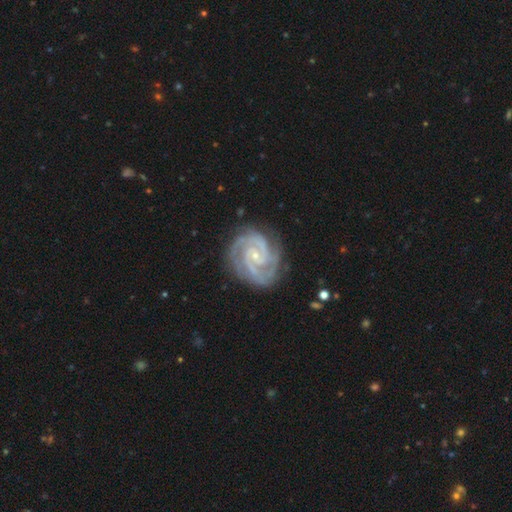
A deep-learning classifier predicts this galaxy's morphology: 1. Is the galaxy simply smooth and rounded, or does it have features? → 92% featured or disk, 5% star or artifact, 3% smooth.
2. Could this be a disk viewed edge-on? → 98% no, 2% yes.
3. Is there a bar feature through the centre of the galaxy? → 54% no, 34% weak, 12% strong.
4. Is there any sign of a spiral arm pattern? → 99% yes, 1% no.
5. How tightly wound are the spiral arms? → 68% tight, 29% medium, 3% loose.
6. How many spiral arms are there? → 52% 2, 26% 3, 7% can't tell, 7% 4, 4% more than 4, 4% 1.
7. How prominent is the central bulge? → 80% small, 15% moderate, 3% none, 1% large, 1% dominant.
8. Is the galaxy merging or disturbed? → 79% none, 15% minor disturbance, 5% major disturbance, 1% merger.